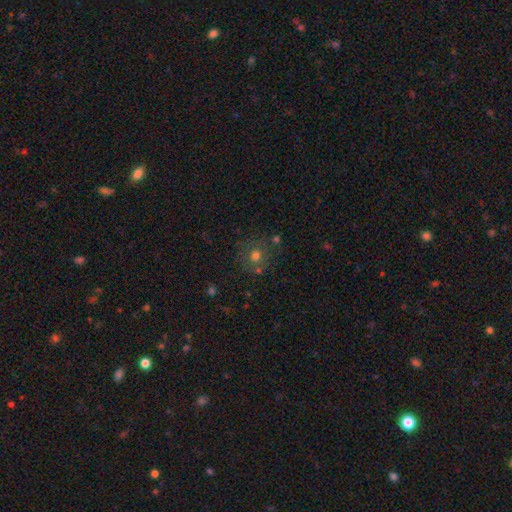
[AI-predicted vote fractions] This is likely a smooth galaxy (69%). How rounded: clearly round (88%). Merging: likely none (74%).